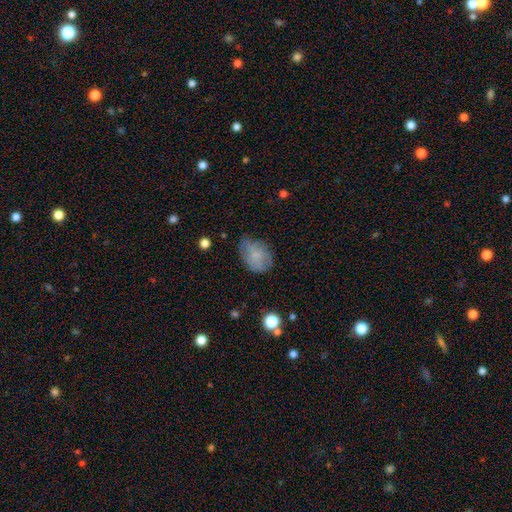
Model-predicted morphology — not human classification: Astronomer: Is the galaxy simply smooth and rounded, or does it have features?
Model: smooth — 65%.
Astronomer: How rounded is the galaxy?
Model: in between — 74%.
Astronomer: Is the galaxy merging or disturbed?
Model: none — 59%.